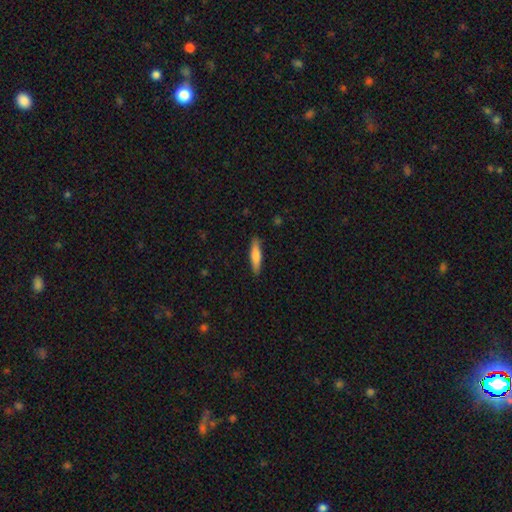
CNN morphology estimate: A smooth galaxy with no disk features (76%) that is cigar-shaped (76%).

Vote fractions:
- Smooth or featured? smooth: 76% / featured or disk: 19% / star or artifact: 5%
- How rounded? cigar-shaped: 76% / in between: 23% / round: 2%
- Merging? none: 88% / minor disturbance: 9% / major disturbance: 2% / merger: 1%